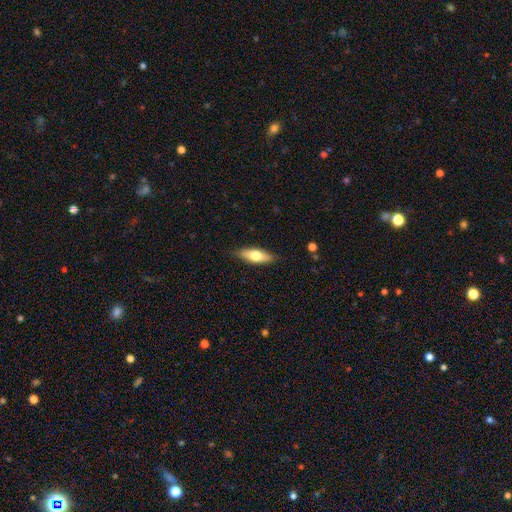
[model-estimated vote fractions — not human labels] A smooth galaxy with no disk features (61%) that is in between round and cigar-shaped (65%).

Vote fractions:
- Smooth or featured? smooth: 61% / featured or disk: 33% / star or artifact: 6%
- How rounded? in between: 65% / cigar-shaped: 32% / round: 3%
- Merging? none: 84% / minor disturbance: 12% / major disturbance: 2% / merger: 1%